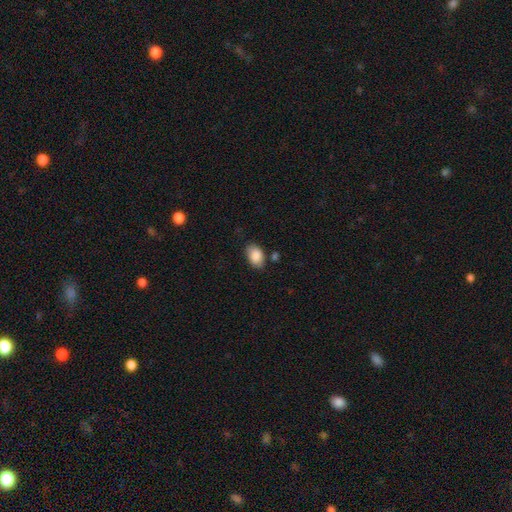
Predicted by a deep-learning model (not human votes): This is clearly a smooth galaxy (87%). How rounded: clearly in between (89%). Merging: likely none (77%).